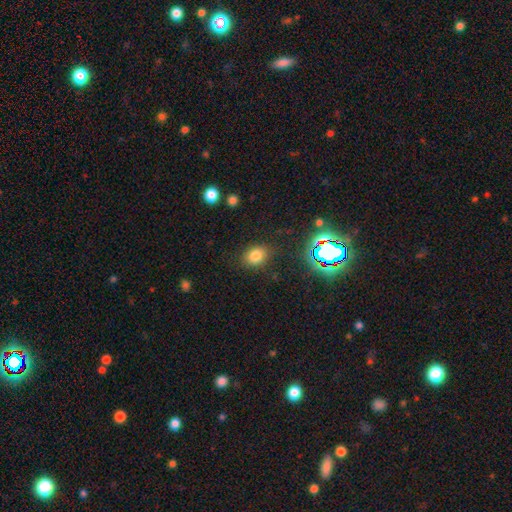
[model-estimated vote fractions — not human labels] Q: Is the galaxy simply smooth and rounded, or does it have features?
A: smooth — 76%.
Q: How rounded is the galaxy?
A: in between — 59%.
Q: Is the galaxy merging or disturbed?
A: none — 83%.